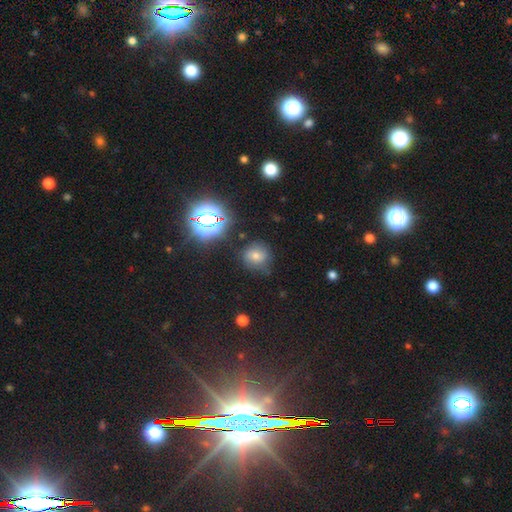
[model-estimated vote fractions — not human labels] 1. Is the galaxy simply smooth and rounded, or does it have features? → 55% smooth, 30% star or artifact, 15% featured or disk.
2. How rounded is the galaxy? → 84% round, 15% in between, 1% cigar-shaped.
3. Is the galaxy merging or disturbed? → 74% none, 17% minor disturbance, 6% major disturbance, 2% merger.